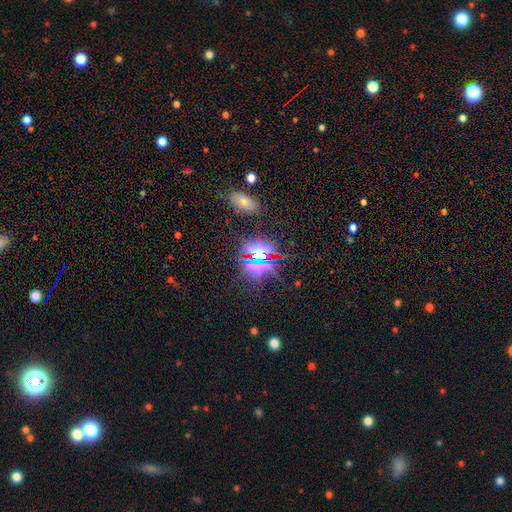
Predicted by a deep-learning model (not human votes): star or artifact 76%, smooth 15%, featured or disk 9%.